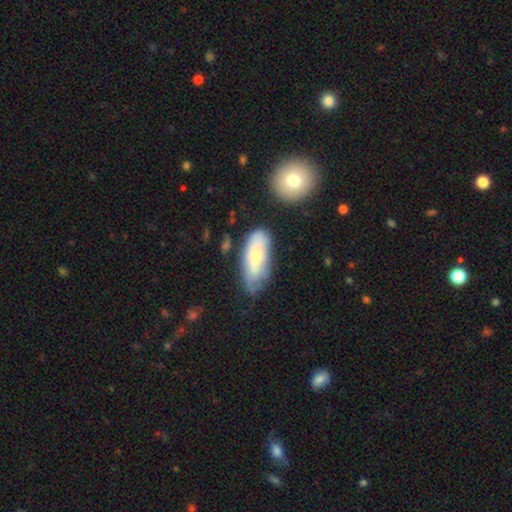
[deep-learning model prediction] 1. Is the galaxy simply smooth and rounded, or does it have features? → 58% smooth, 35% featured or disk, 7% star or artifact.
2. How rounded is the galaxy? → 82% in between, 15% cigar-shaped, 3% round.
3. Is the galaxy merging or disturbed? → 50% none, 33% minor disturbance, 12% major disturbance, 6% merger.